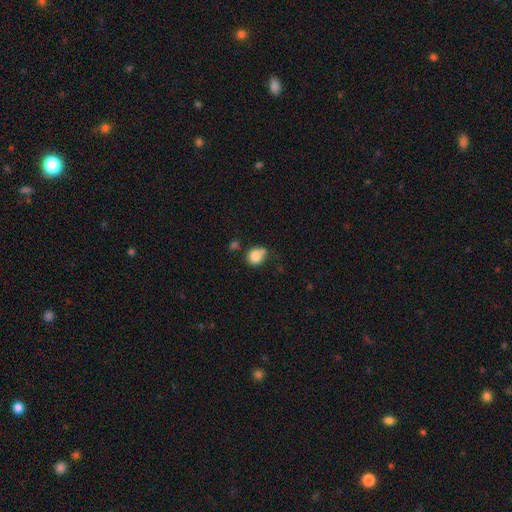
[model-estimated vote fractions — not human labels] This appears to be a smooth galaxy with no disk features (82%) that is round (71%). Merging: none (50%).